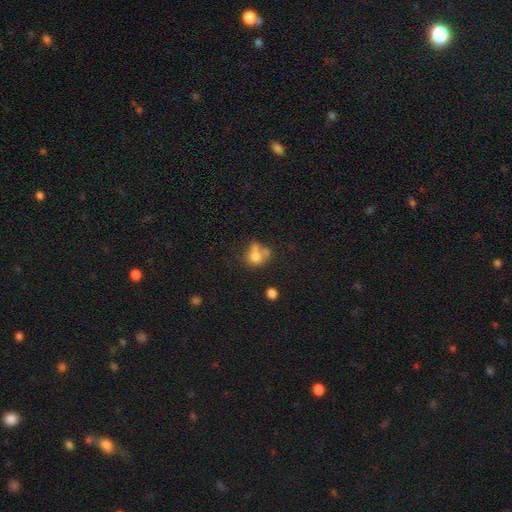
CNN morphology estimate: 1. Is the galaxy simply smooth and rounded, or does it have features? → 69% smooth, 18% featured or disk, 13% star or artifact.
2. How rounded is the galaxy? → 60% round, 39% in between, 1% cigar-shaped.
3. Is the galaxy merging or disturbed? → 46% merger, 31% none, 13% minor disturbance, 10% major disturbance.